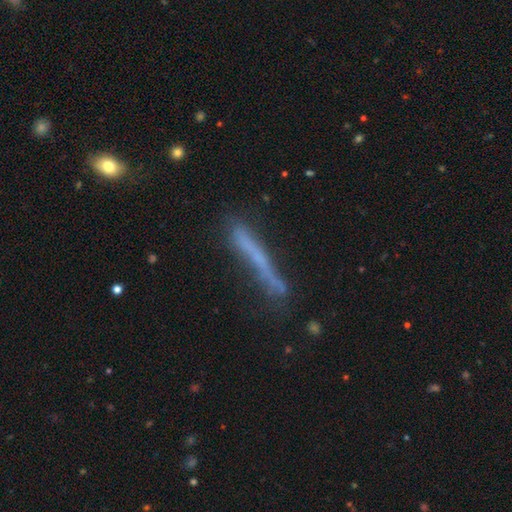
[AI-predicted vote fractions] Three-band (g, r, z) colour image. It shows a smooth galaxy with no disk features (48%). Merging: none (67%).